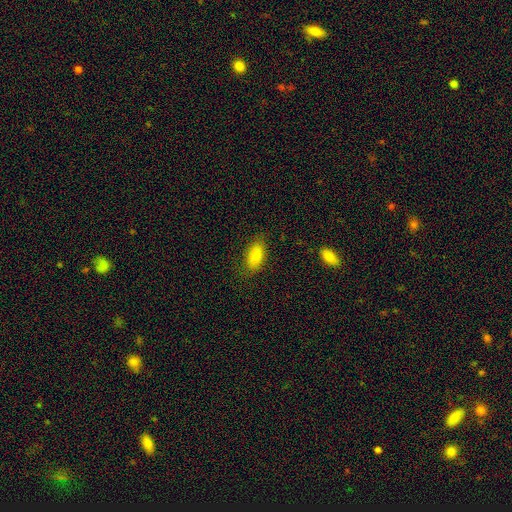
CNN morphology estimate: This is clearly a smooth galaxy (81%). How rounded: clearly in between (91%). Merging: clearly none (82%).